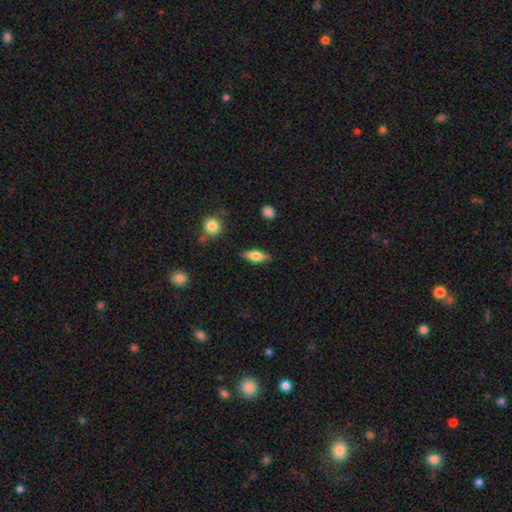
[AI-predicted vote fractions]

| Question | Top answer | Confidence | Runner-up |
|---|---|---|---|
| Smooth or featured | smooth | 69% | featured or disk (24%) |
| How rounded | in between | 71% | cigar-shaped (26%) |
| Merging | none | 83% | minor disturbance (12%) |